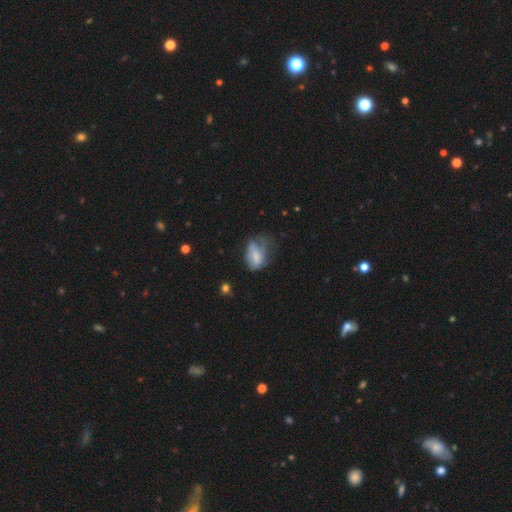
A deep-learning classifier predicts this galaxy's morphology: A smooth galaxy with no disk features (62%) that is in between round and cigar-shaped (83%). Merging: major disturbance (40%).